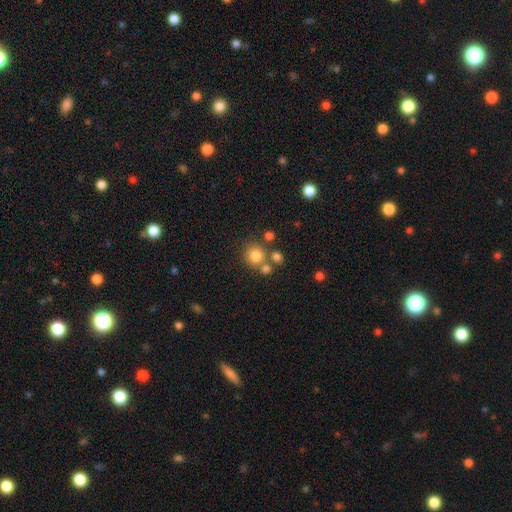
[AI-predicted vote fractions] Smooth or featured? smooth (78%)
How rounded? round (89%)
Merging? none (66%)